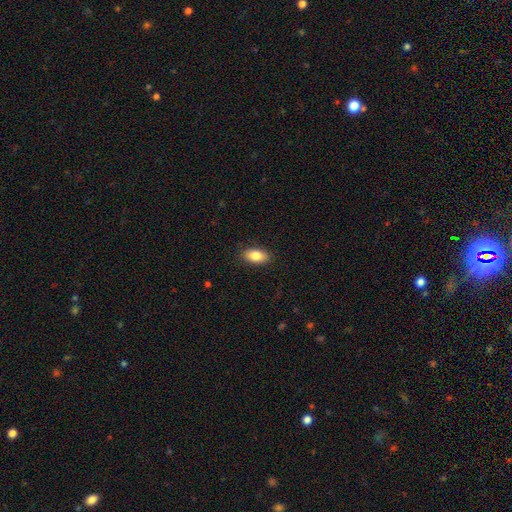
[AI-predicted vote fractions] smooth 84%, featured or disk 9%, star or artifact 7%. Down the decision tree: how rounded — in between (91%); merging — none (88%).